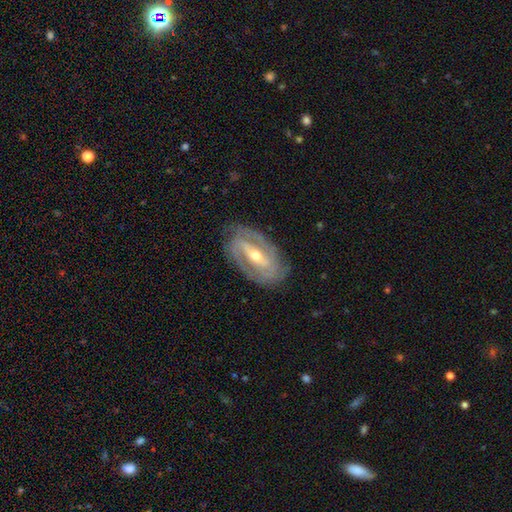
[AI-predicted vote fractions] A featured or disk galaxy (85%) with a strong bar (53%), 2 (74%) tight (52%) spiral arms (89%) and a moderate central bulge (57%).

Vote fractions:
- Smooth or featured? featured or disk: 85% / smooth: 9% / star or artifact: 5%
- Edge-on disk? no: 93% / yes: 7%
- Bar? strong: 53% / weak: 31% / no: 16%
- Spiral arms? yes: 89% / no: 11%
- Spiral winding? tight: 52% / medium: 37% / loose: 11%
- Spiral arm count? 2: 74% / can't tell: 13% / 3: 7% / 1: 3% / 4: 2% / more than 4: 2%
- Bulge size? moderate: 57% / small: 39% / large: 2% / none: 1% / dominant: 1%
- Merging? none: 79% / minor disturbance: 15% / major disturbance: 5% / merger: 1%